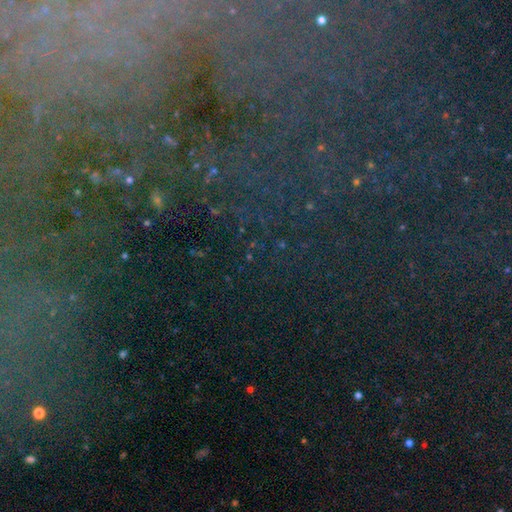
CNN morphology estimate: smooth-or-featured: star or artifact: 71% | featured or disk: 17% | smooth: 12%